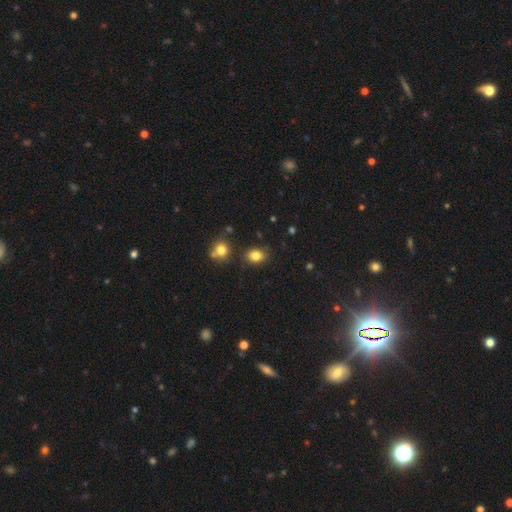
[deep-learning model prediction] The model was most divided on "how rounded": in between: 60%, round: 39%, cigar-shaped: 1%. More confident: smooth or featured — smooth (83%); merging — none (80%).